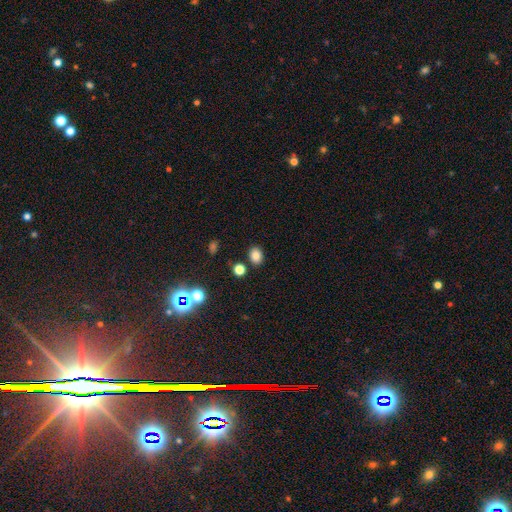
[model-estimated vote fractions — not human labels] A smooth galaxy with no disk features (82%) that is in between round and cigar-shaped (62%).

Vote fractions:
- Smooth or featured? smooth: 82% / star or artifact: 13% / featured or disk: 5%
- How rounded? in between: 62% / round: 37% / cigar-shaped: 1%
- Merging? none: 84% / minor disturbance: 9% / merger: 5% / major disturbance: 3%